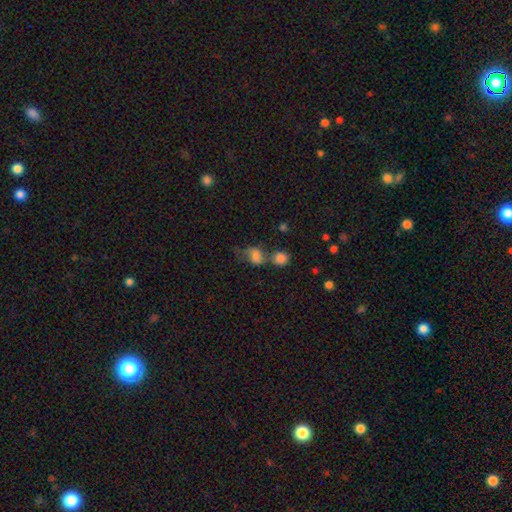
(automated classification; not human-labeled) Smooth or featured: smooth — 73% (featured or disk — 14%)
How rounded: in between — 59% (round — 39%)
Merging: merger — 48% (none — 23%)